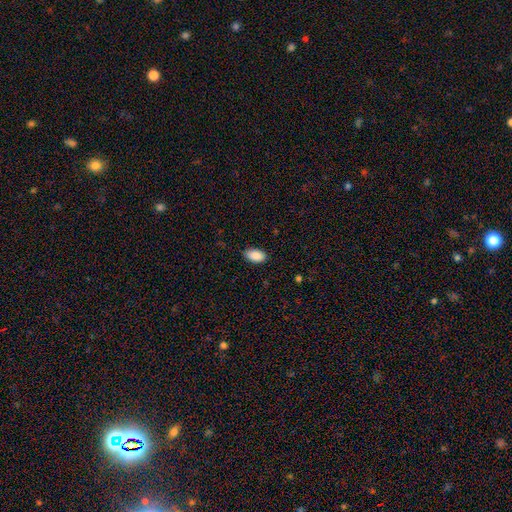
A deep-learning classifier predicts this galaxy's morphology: Smooth or featured? smooth (89%)
How rounded? in between (94%)
Merging? none (86%)